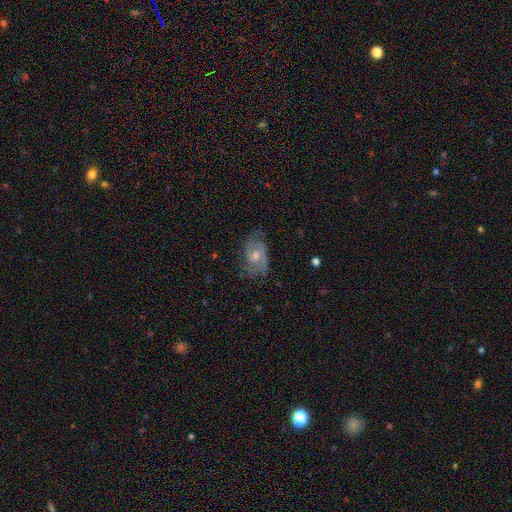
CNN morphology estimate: Smooth or featured? featured or disk (79%)
Edge-on disk? no (96%)
Bar? no (60%)
Spiral arms? yes (94%)
Spiral winding? medium (45%)
Spiral arm count? 2 (66%)
Bulge size? moderate (61%)
Merging? none (74%)